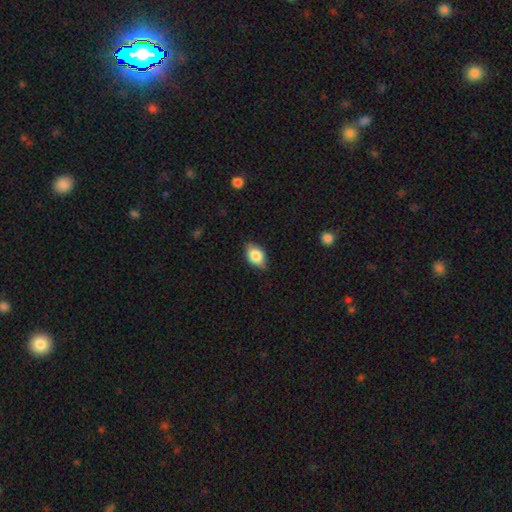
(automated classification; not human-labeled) Overall: smooth (78%). How rounded: in between (84%). Merging: none (78%).